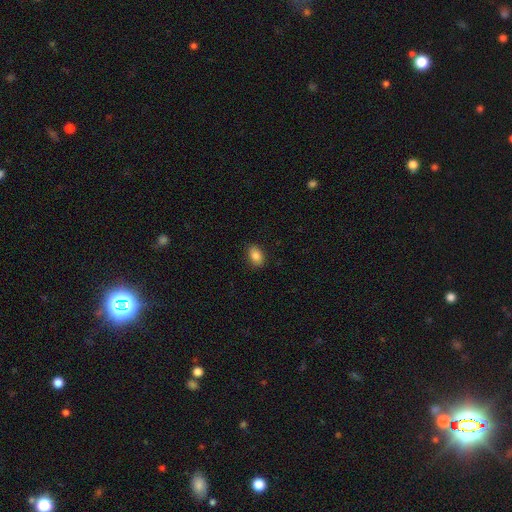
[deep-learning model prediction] smooth 86%, star or artifact 8%, featured or disk 5%. Down the decision tree: how rounded — in between (87%); merging — none (88%).